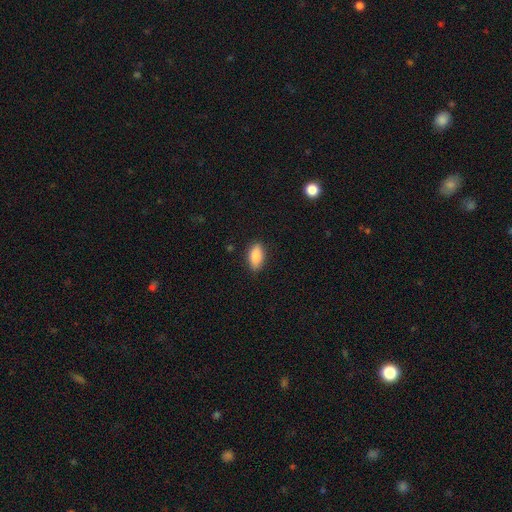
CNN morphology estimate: Smooth or featured? Predicted: smooth (p=0.86). How rounded? Predicted: in between (p=0.88). Merging? Predicted: none (p=0.86).